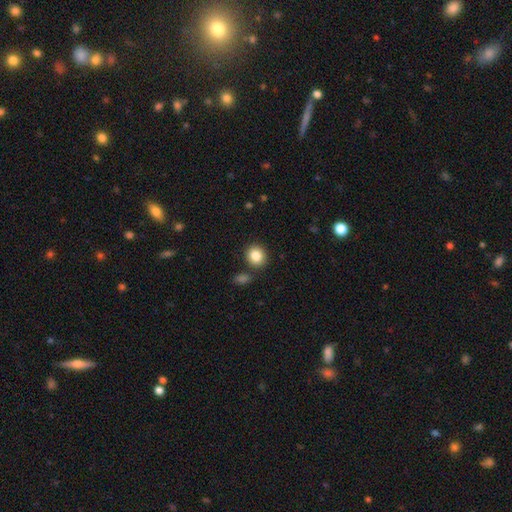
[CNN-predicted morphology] Smooth or featured?
  - smooth: 85% *
  - star or artifact: 9%
  - featured or disk: 6%
How rounded?
  - round: 82% *
  - in between: 17%
  - cigar-shaped: 1%
Merging?
  - none: 83% *
  - minor disturbance: 8%
  - merger: 7%
  - major disturbance: 2%